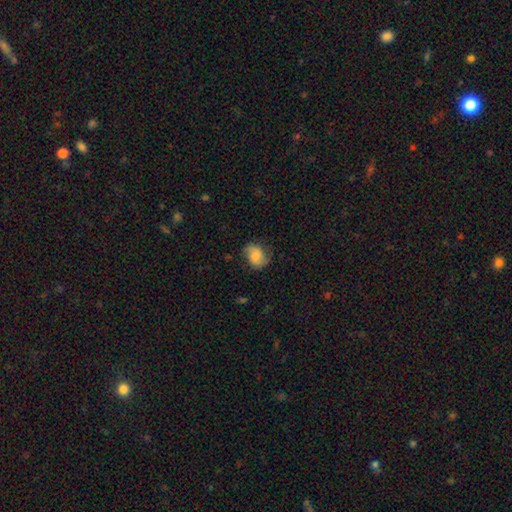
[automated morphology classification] This appears to be a smooth galaxy with no disk features (52%) that is in between round and cigar-shaped (53%). Merging: none (70%).